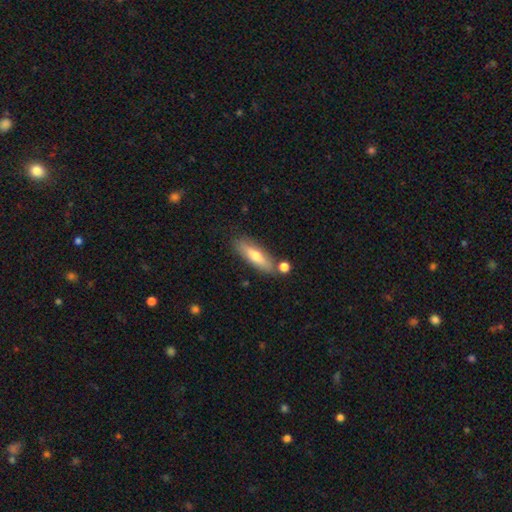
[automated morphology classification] smooth_or_featured: smooth (p=0.62) [alt: featured or disk p=0.32]
how_rounded: cigar-shaped (p=0.62) [alt: in between p=0.36]
merging: none (p=0.77) [alt: minor disturbance p=0.12]